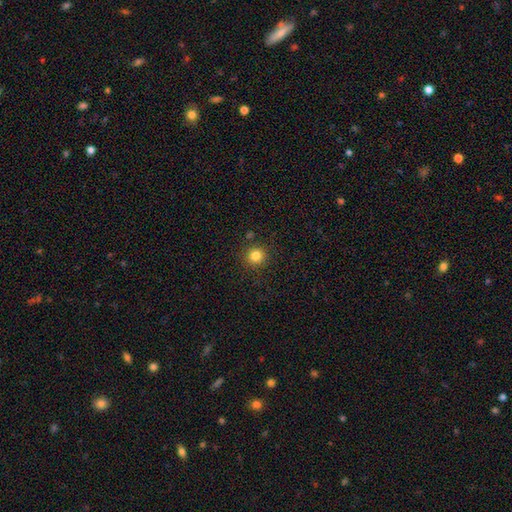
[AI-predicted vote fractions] Smooth or featured: smooth — 82% (star or artifact — 12%)
How rounded: round — 94% (in between — 5%)
Merging: none — 89% (minor disturbance — 6%)